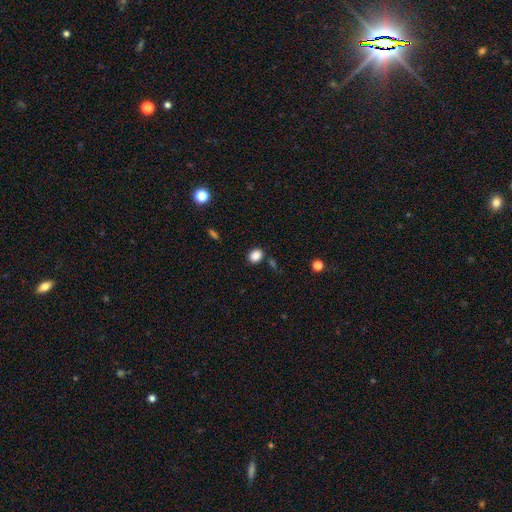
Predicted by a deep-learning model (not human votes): This appears to be a smooth galaxy with no disk features (87%) that is in between round and cigar-shaped (52%). Merging: none (82%).